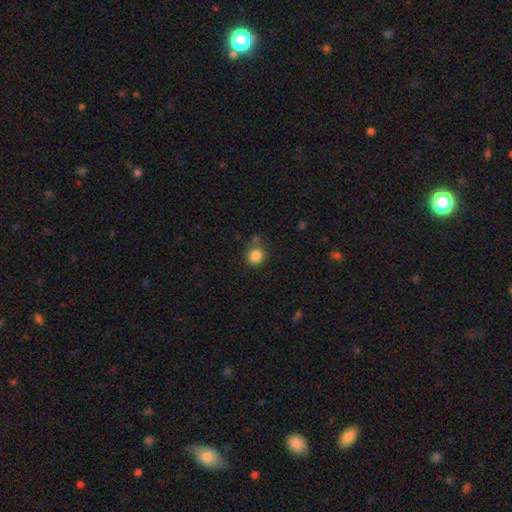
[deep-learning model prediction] Overall: smooth (85%). How rounded: round (83%). Merging: none (72%).